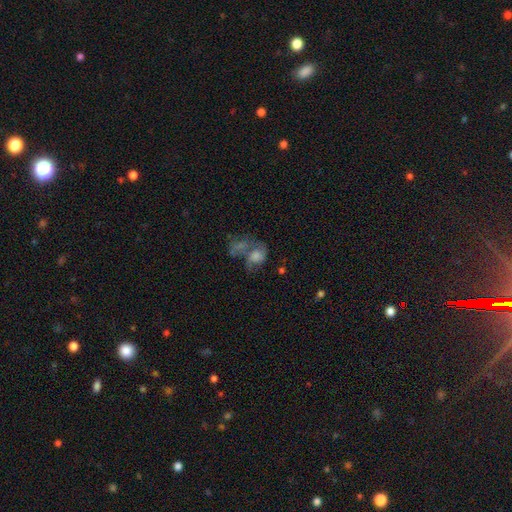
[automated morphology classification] Smooth or featured: featured or disk — 48% (smooth — 38%)
Merging: merger — 45% (major disturbance — 22%)